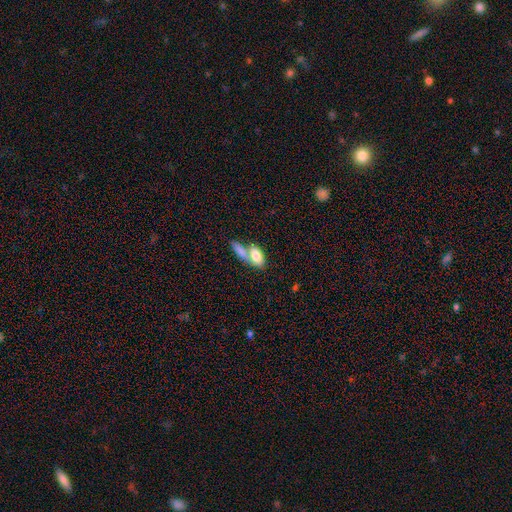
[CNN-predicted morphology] A smooth galaxy with no disk features (78%) that is in between round and cigar-shaped (87%). Merging: merger (59%).